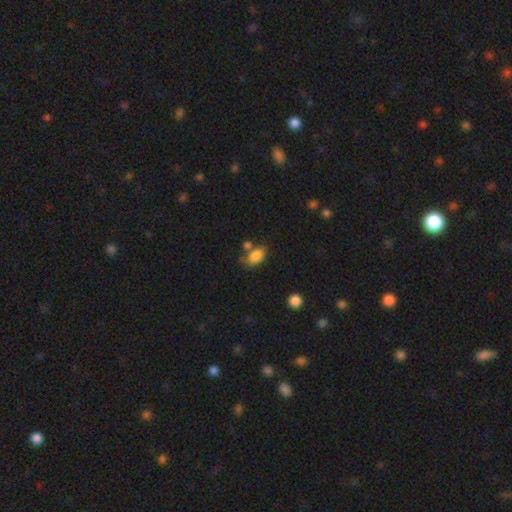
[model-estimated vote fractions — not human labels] Smooth or featured? Predicted: smooth (p=0.84). How rounded? Predicted: in between (p=0.88). Merging? Predicted: none (p=0.54).